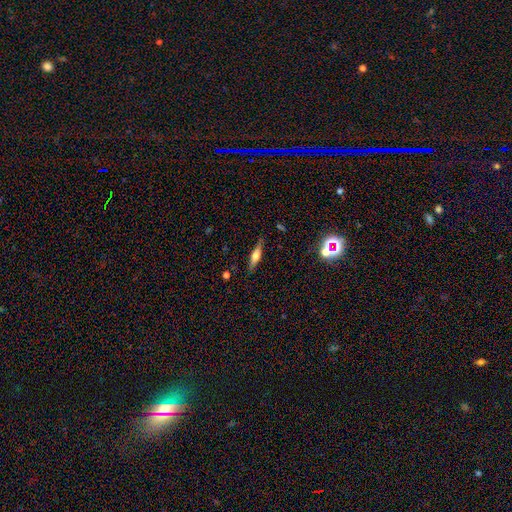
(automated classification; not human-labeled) A featured or disk galaxy (47%). Merging: none (84%).